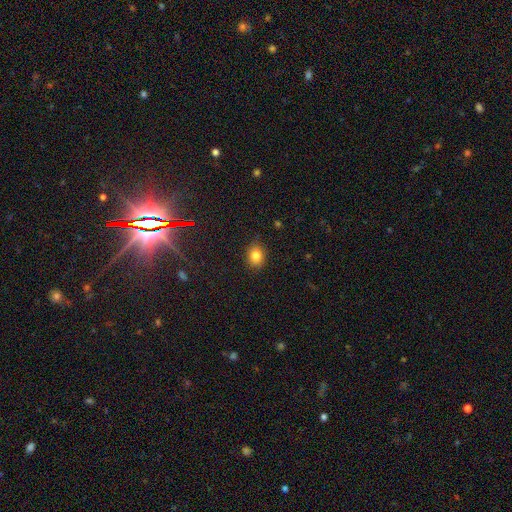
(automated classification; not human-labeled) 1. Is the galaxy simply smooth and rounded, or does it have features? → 82% smooth, 11% star or artifact, 6% featured or disk.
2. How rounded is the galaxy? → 52% round, 46% in between, 1% cigar-shaped.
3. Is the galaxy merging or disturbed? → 82% none, 14% minor disturbance, 3% major disturbance, 1% merger.